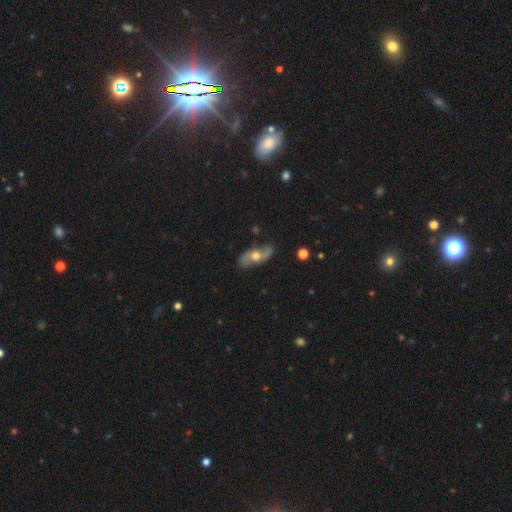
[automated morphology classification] Q: Smooth or featured?
A: featured or disk (74%); runner-up: smooth (20%)
Q: Edge-on disk?
A: no (86%); runner-up: yes (14%)
Q: Bar?
A: no (70%); runner-up: weak (24%)
Q: Spiral arms?
A: yes (86%); runner-up: no (14%)
Q: Spiral winding?
A: loose (67%); runner-up: medium (24%)
Q: Spiral arm count?
A: 2 (91%); runner-up: can't tell (4%)
Q: Bulge size?
A: moderate (77%); runner-up: small (12%)
Q: Merging?
A: none (81%); runner-up: minor disturbance (14%)